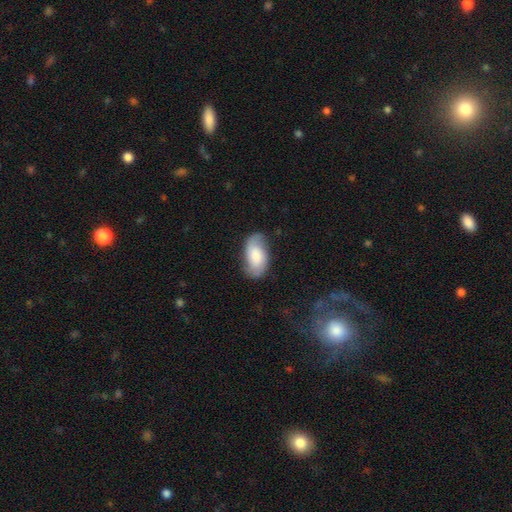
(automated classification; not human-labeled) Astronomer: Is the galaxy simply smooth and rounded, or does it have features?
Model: smooth — 51% (runner-up: featured or disk, 42%).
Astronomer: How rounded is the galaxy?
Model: in between — 94%.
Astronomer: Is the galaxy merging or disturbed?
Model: none — 72%.